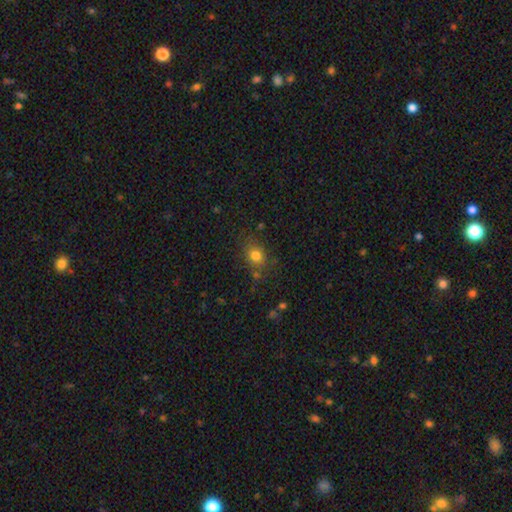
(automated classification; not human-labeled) Smooth or featured?
  - smooth: 79% *
  - star or artifact: 13%
  - featured or disk: 8%
How rounded?
  - round: 62% *
  - in between: 37%
  - cigar-shaped: 1%
Merging?
  - none: 77% *
  - minor disturbance: 14%
  - major disturbance: 5%
  - merger: 4%